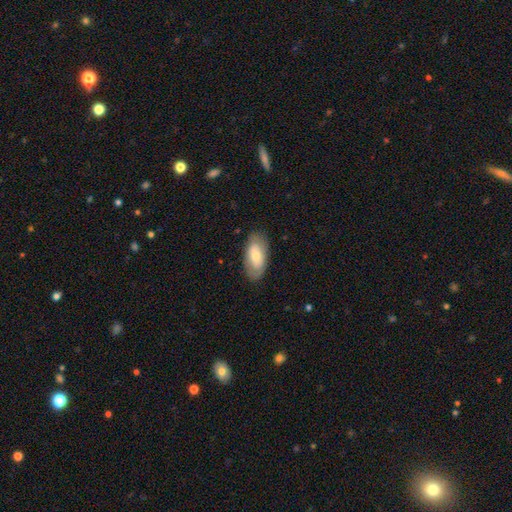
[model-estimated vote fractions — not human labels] This is likely a smooth galaxy (68%). How rounded: clearly in between (91%). Merging: clearly none (81%).